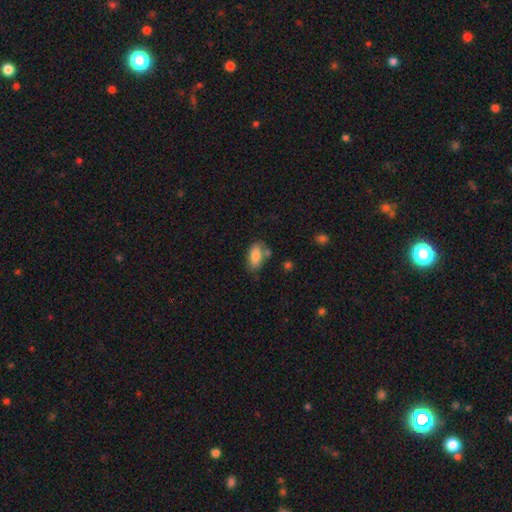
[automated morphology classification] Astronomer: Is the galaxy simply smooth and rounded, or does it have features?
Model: smooth — 82%.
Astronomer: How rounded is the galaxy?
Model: in between — 88%.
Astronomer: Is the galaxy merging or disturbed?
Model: none — 64%.